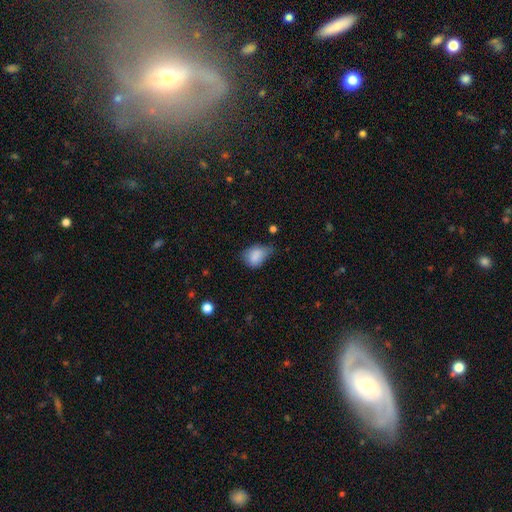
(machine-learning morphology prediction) Overall: smooth (83%). How rounded: in between (71%). Merging: minor disturbance (47%; none 34%).